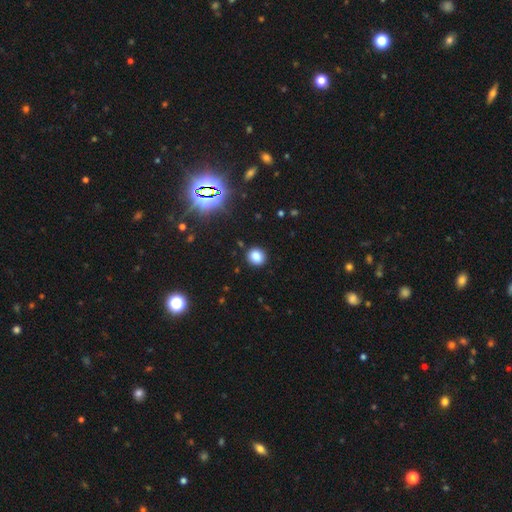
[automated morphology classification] Overall: smooth (82%). How rounded: round (82%). Merging: none (91%).